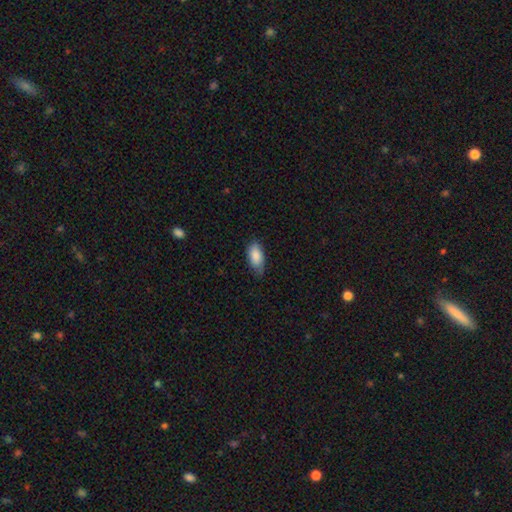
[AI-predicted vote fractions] A smooth galaxy with no disk features (87%) that is in between round and cigar-shaped (91%).

Vote fractions:
- Smooth or featured? smooth: 87% / featured or disk: 7% / star or artifact: 6%
- How rounded? in between: 91% / cigar-shaped: 6% / round: 3%
- Merging? none: 65% / minor disturbance: 29% / major disturbance: 5% / merger: 1%